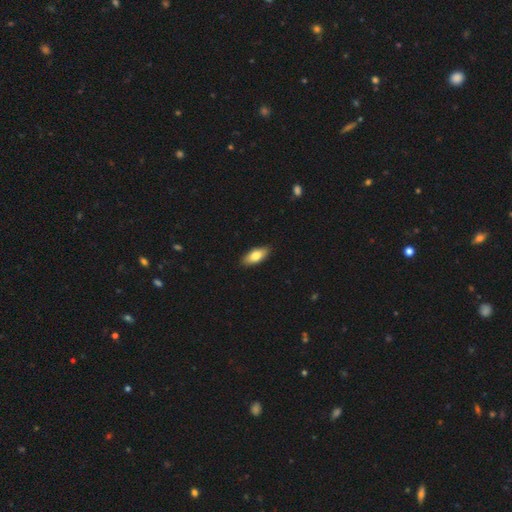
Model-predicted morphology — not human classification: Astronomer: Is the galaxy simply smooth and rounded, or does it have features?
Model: smooth — 78%.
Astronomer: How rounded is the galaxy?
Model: in between — 85%.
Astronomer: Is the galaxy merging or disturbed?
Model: none — 88%.